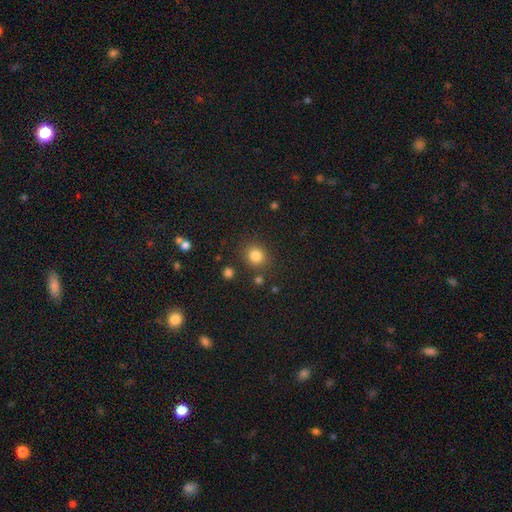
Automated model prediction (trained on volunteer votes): smooth_or_featured: smooth (p=0.83) [alt: star or artifact p=0.12]
how_rounded: round (p=0.81) [alt: in between p=0.18]
merging: none (p=0.84) [alt: minor disturbance p=0.09]